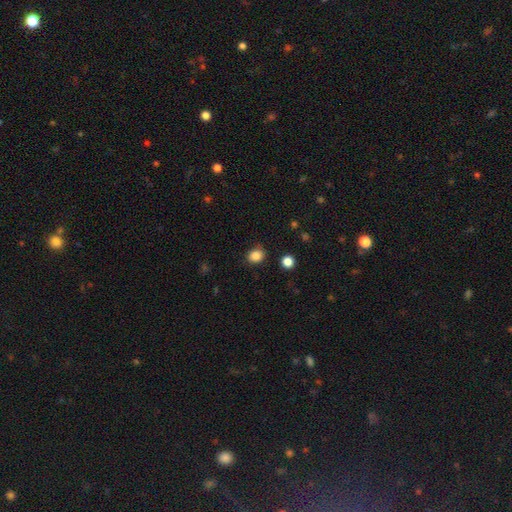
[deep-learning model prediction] Morphology: type=smooth (85%); roundness=round (63%); merging=none (83%).